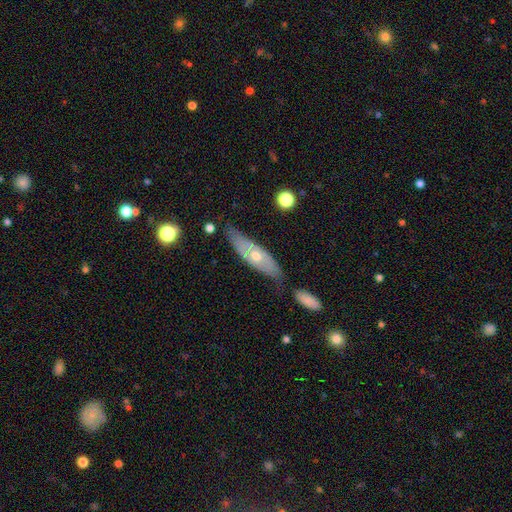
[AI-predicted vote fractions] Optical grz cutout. It shows a featured or disk galaxy (56%). Merging: none (64%).